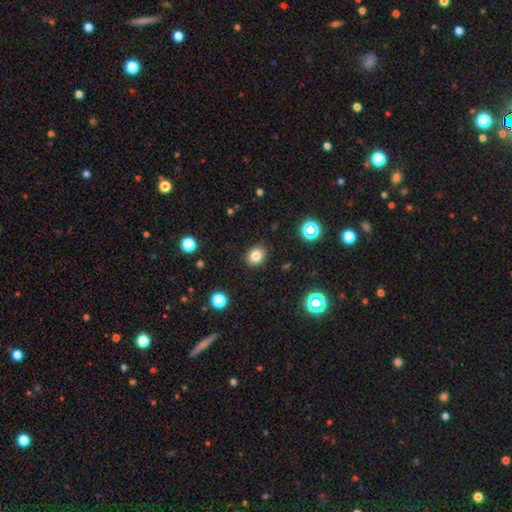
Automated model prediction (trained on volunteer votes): smooth 81%, star or artifact 13%, featured or disk 6%. Down the decision tree: how rounded — round (70%); merging — none (89%).